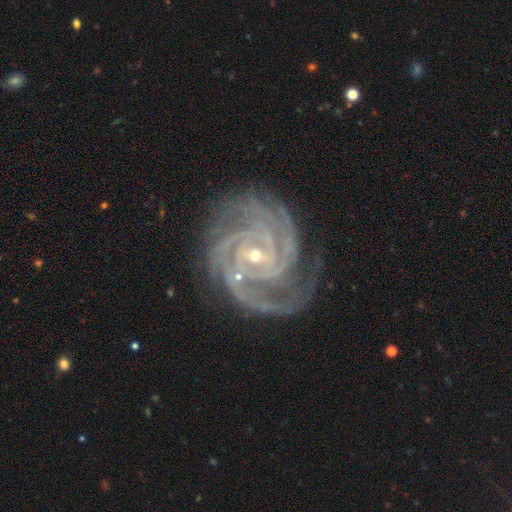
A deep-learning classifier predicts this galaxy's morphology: Q: Smooth or featured?
A: featured or disk (93%); runner-up: star or artifact (5%)
Q: Edge-on disk?
A: no (98%); runner-up: yes (2%)
Q: Bar?
A: weak (42%); runner-up: no (37%)
Q: Spiral arms?
A: yes (99%); runner-up: no (1%)
Q: Spiral winding?
A: tight (77%); runner-up: medium (20%)
Q: Spiral arm count?
A: 3 (29%); runner-up: 4 (22%)
Q: Bulge size?
A: small (64%); runner-up: moderate (33%)
Q: Merging?
A: none (72%); runner-up: minor disturbance (18%)